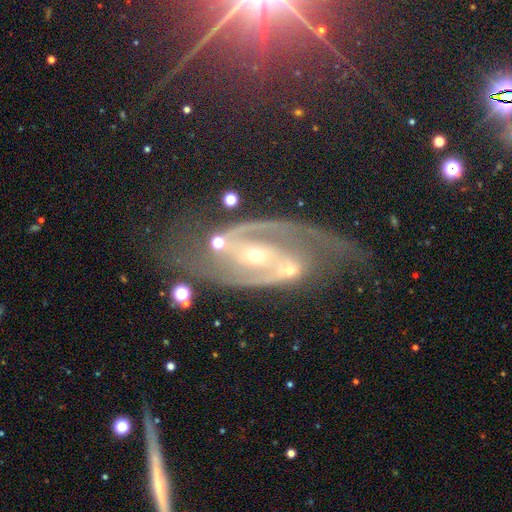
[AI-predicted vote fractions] Morphology: type=featured or disk (86%); edge-on=no (97%); bar=no (41%); spiral arms=yes (97%); winding=medium (54%); arm count=2 (90%); bulge=small (67%); merging=none (51%).